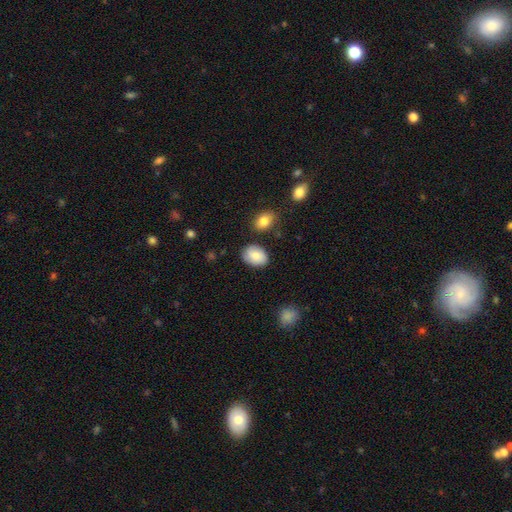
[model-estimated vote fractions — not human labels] Overall: smooth (80%). How rounded: in between (78%). Merging: none (77%).